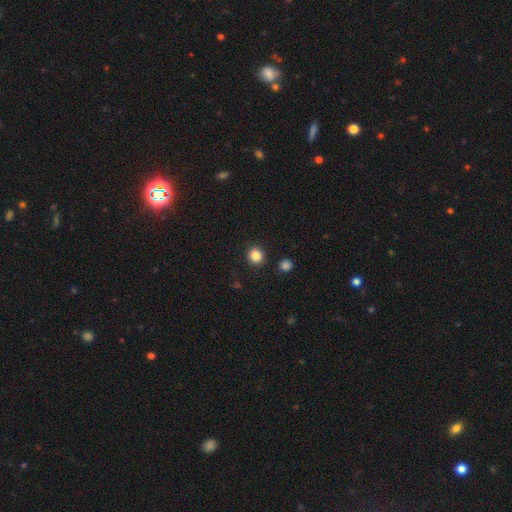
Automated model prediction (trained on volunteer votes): Smooth or featured?
  - smooth: 85% *
  - star or artifact: 11%
  - featured or disk: 4%
How rounded?
  - round: 91% *
  - in between: 8%
  - cigar-shaped: 1%
Merging?
  - none: 91% *
  - minor disturbance: 5%
  - merger: 2%
  - major disturbance: 2%